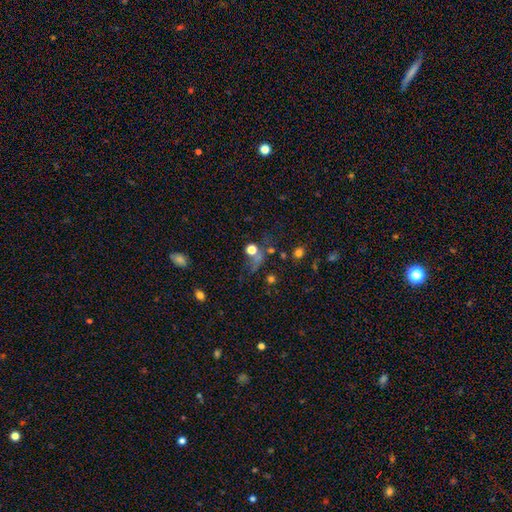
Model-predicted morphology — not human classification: A smooth galaxy with no disk features (45%). Merging: none (45%).